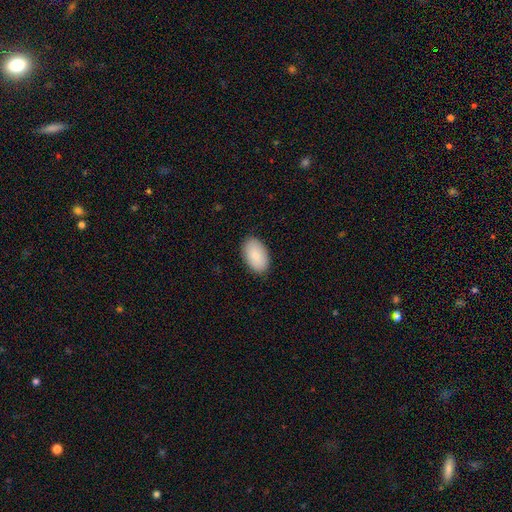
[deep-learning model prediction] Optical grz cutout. It shows a smooth galaxy with no disk features (87%) that is in between round and cigar-shaped (95%). Merging: none (88%).